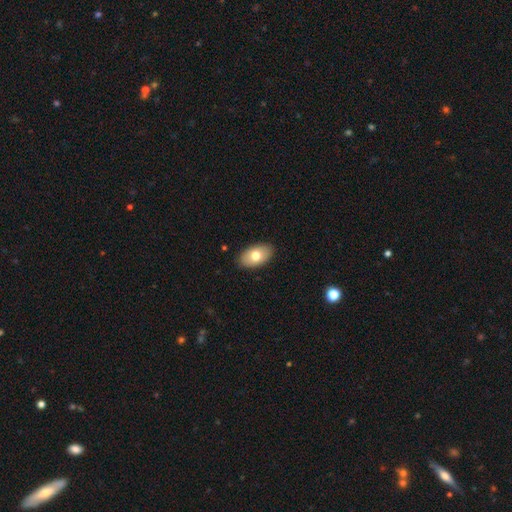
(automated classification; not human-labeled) A smooth galaxy with no disk features (74%) that is in between round and cigar-shaped (93%). Merging: none (88%).